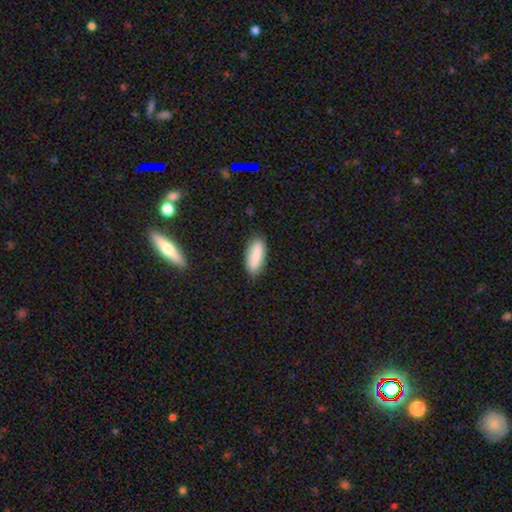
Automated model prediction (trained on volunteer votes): The model was most divided on "how rounded": in between: 75%, cigar-shaped: 23%, round: 2%. More confident: merging — none (84%); smooth or featured — smooth (83%).